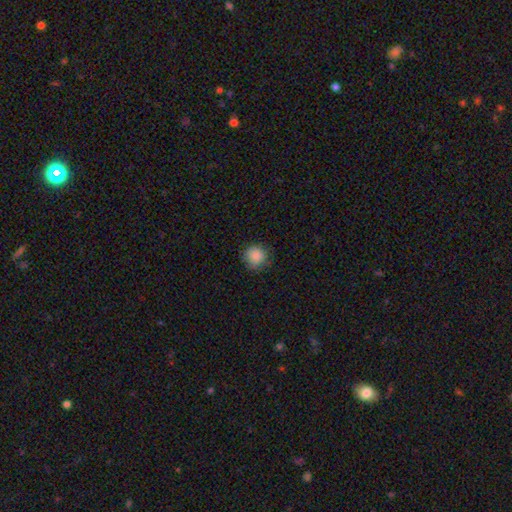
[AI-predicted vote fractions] Smooth or featured: smooth — 87% (star or artifact — 9%)
How rounded: round — 92% (in between — 7%)
Merging: none — 81% (minor disturbance — 15%)